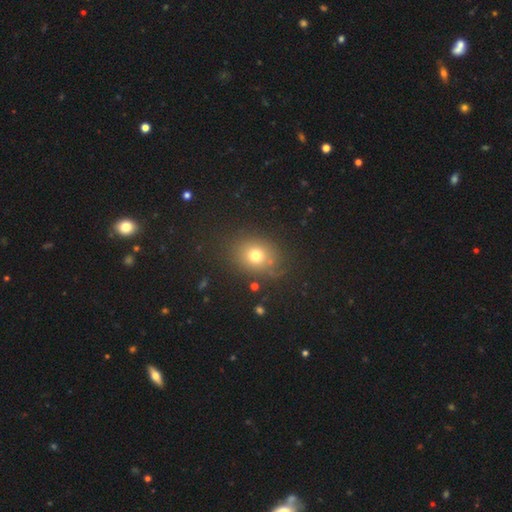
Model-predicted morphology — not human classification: smooth-or-featured: smooth: 73% | star or artifact: 17% | featured or disk: 10%
  how-rounded: round: 66% | in between: 33% | cigar-shaped: 1%
  merging: none: 80% | minor disturbance: 12% | major disturbance: 5% | merger: 3%